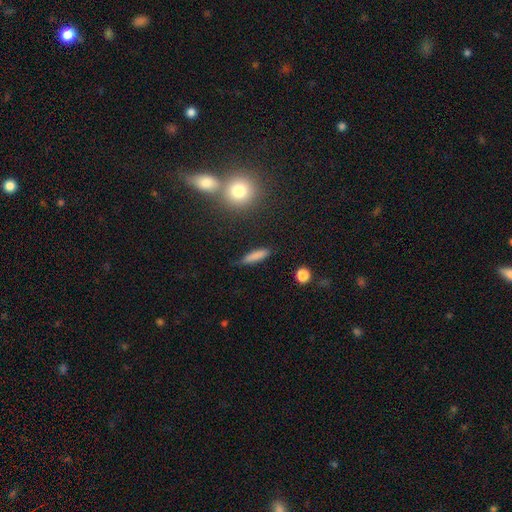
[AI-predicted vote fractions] Morphology: type=smooth (80%); roundness=cigar-shaped (78%); merging=none (77%).